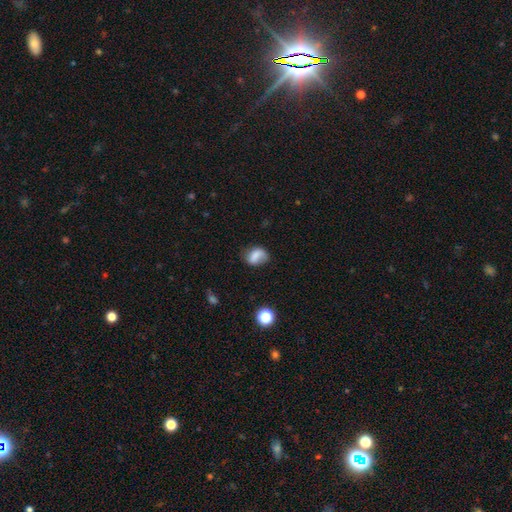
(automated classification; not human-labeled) This is likely a smooth galaxy (70%). How rounded: likely in between (63%). Merging: possibly none (50%).